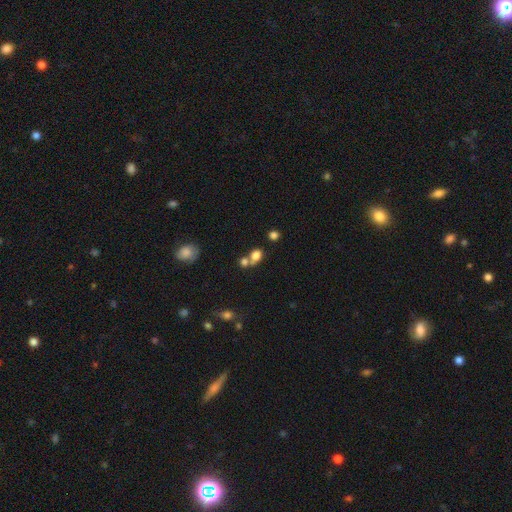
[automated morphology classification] Smooth or featured? smooth (77%)
How rounded? round (53%)
Merging? merger (46%)